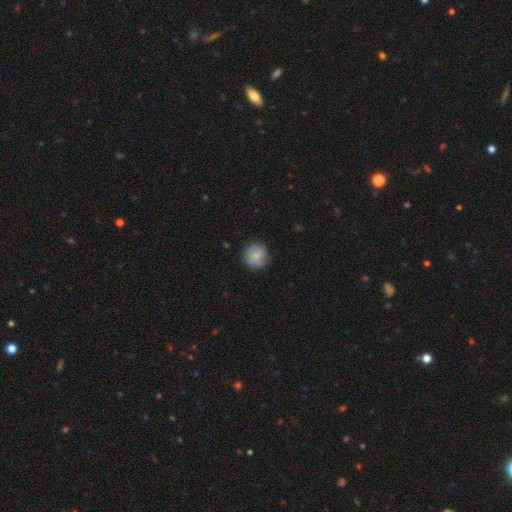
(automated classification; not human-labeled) The model was most divided on "smooth or featured": smooth: 66%, featured or disk: 26%, star or artifact: 8%. More confident: how rounded — round (91%); merging — none (82%).